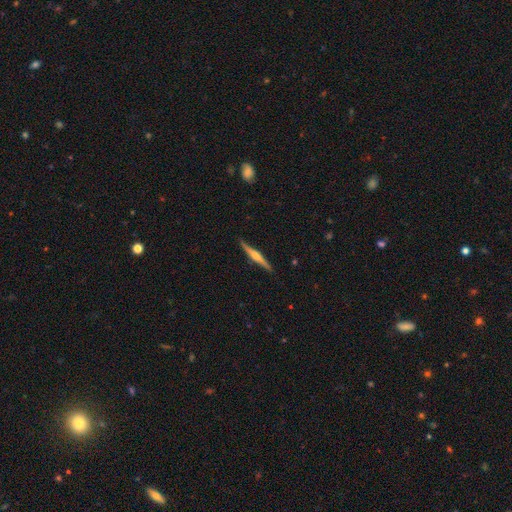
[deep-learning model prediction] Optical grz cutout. It shows a featured or disk galaxy (76%) viewed edge-on (98%) with a rounded central bulge (87%). Merging: none (89%).